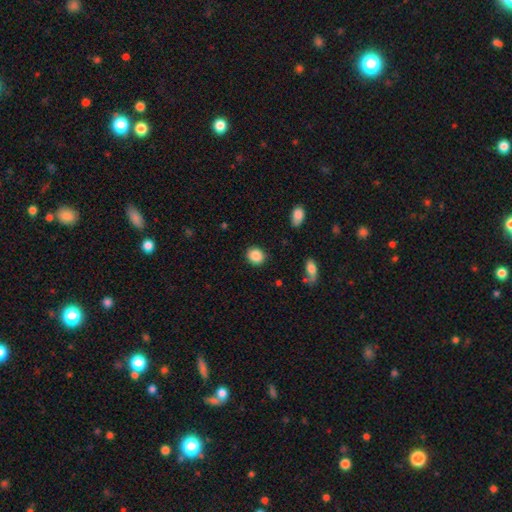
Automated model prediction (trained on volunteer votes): Smooth or featured: smooth — 87% (star or artifact — 8%)
How rounded: round — 75% (in between — 23%)
Merging: none — 89% (minor disturbance — 7%)